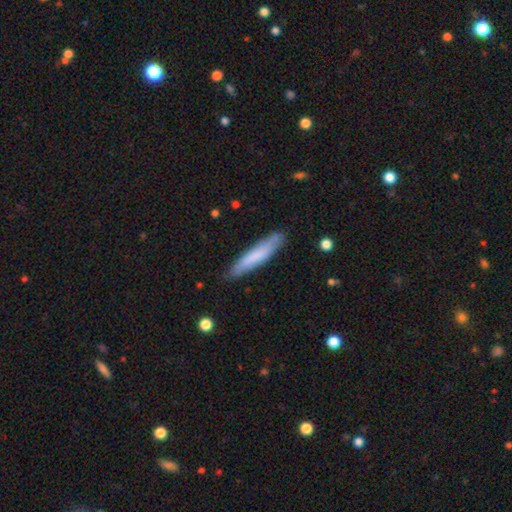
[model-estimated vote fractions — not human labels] A smooth galaxy with no disk features (72%) that is cigar-shaped (88%).

Vote fractions:
- Smooth or featured? smooth: 72% / featured or disk: 22% / star or artifact: 6%
- How rounded? cigar-shaped: 88% / in between: 11% / round: 1%
- Merging? none: 83% / minor disturbance: 13% / major disturbance: 2% / merger: 2%